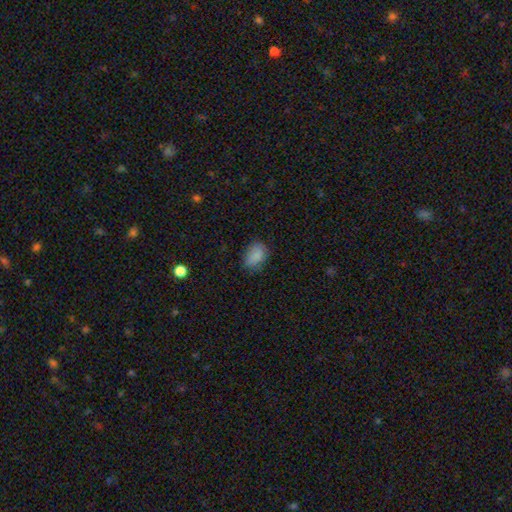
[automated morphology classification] Smooth or featured: smooth — 85% (star or artifact — 10%)
How rounded: in between — 80% (round — 19%)
Merging: none — 70% (minor disturbance — 23%)